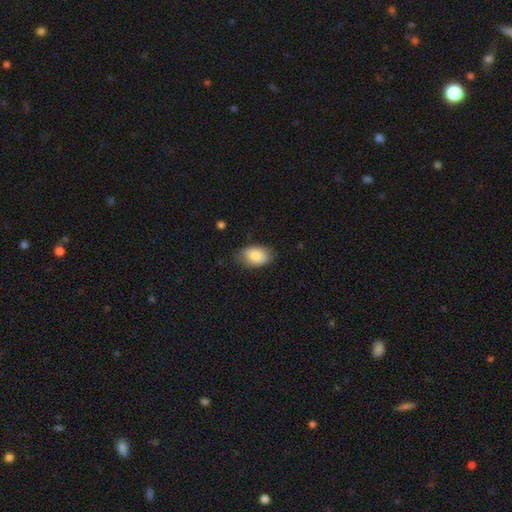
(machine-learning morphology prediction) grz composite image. It shows a smooth galaxy with no disk features (88%) that is in between round and cigar-shaped (89%). Merging: none (71%).